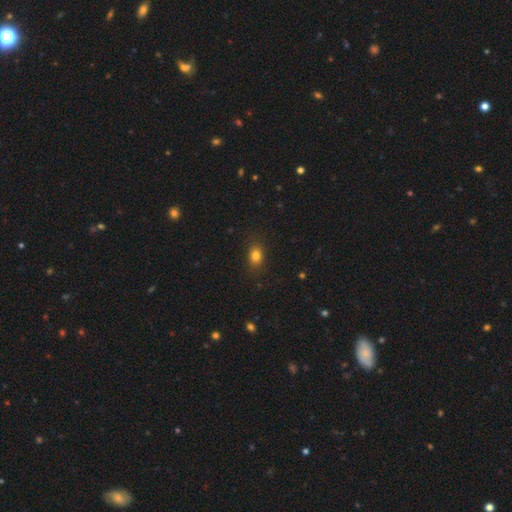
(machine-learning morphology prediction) Overall: smooth (82%). How rounded: in between (61%; round 37%). Merging: none (85%).